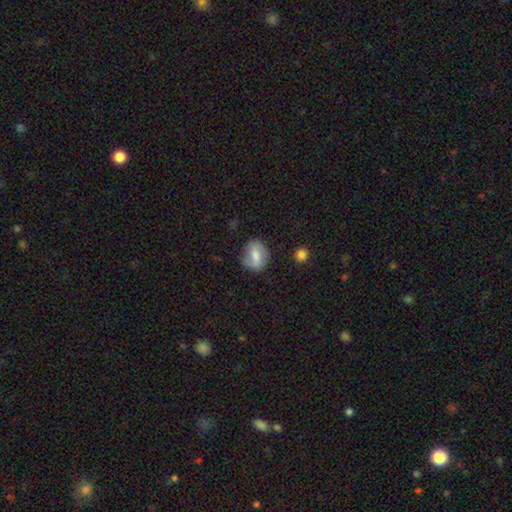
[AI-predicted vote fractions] A smooth galaxy with no disk features (65%) that is round (52%). Merging: none (65%).